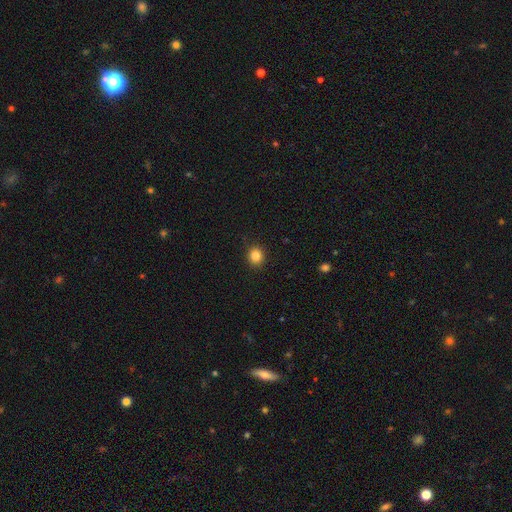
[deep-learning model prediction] This appears to be a smooth galaxy with no disk features (85%) that is round (83%). Merging: none (90%).